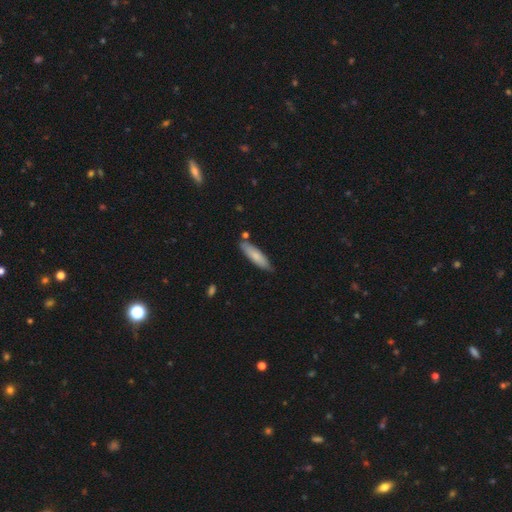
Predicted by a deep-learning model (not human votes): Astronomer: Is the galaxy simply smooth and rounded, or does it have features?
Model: smooth — 77%.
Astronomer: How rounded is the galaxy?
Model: cigar-shaped — 68%.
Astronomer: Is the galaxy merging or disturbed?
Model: none — 77%.